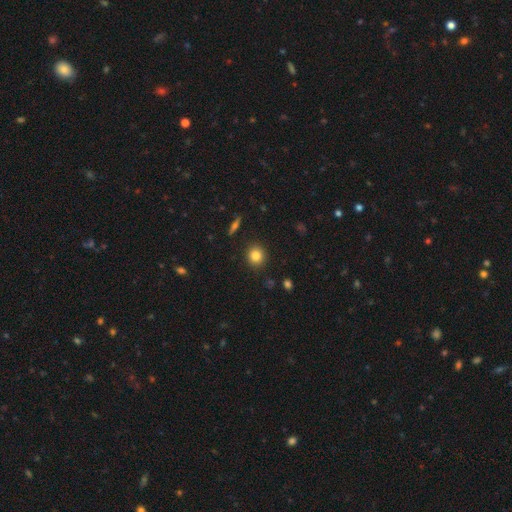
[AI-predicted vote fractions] Smooth or featured?
  - smooth: 83% *
  - star or artifact: 10%
  - featured or disk: 7%
How rounded?
  - round: 86% *
  - in between: 13%
  - cigar-shaped: 1%
Merging?
  - none: 91% *
  - minor disturbance: 6%
  - major disturbance: 2%
  - merger: 1%